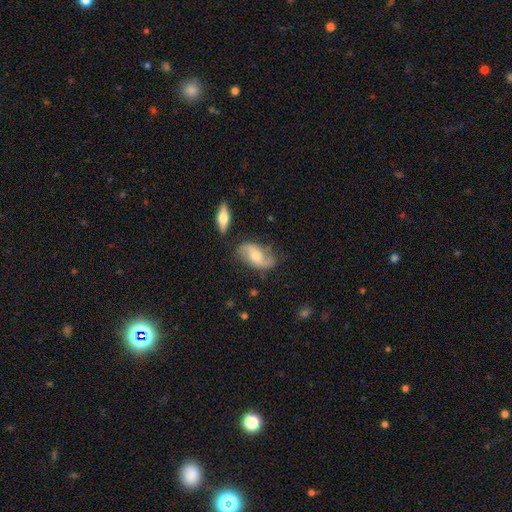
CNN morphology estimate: A featured or disk galaxy (72%) with no bar (52%), 2 (90%) loose (71%) spiral arms (89%) and a moderate central bulge (67%). Merging: none (71%).